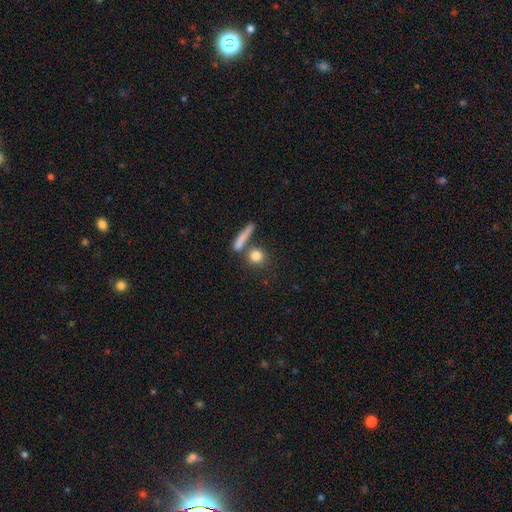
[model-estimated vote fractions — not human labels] Morphology: type=smooth (79%); roundness=round (76%); merging=none (66%).